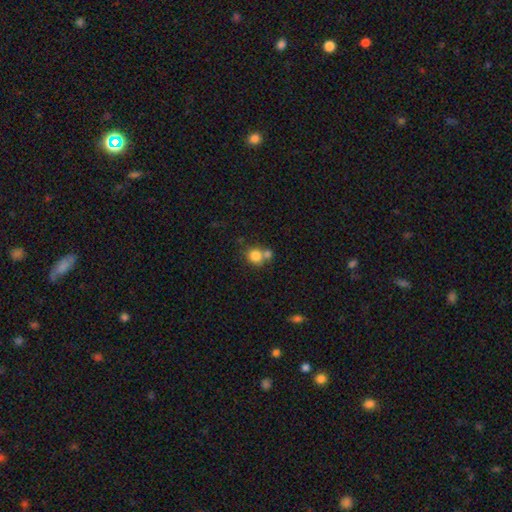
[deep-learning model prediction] The model was most divided on "merging": none: 49%, merger: 38%, minor disturbance: 9%, major disturbance: 4%. More confident: smooth or featured — smooth (82%); how rounded — round (82%).